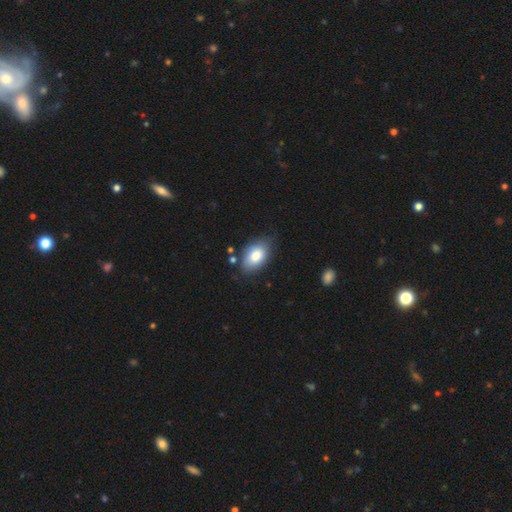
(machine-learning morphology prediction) Smooth or featured? Predicted: smooth (p=0.81). How rounded? Predicted: in between (p=0.90). Merging? Predicted: none (p=0.73).